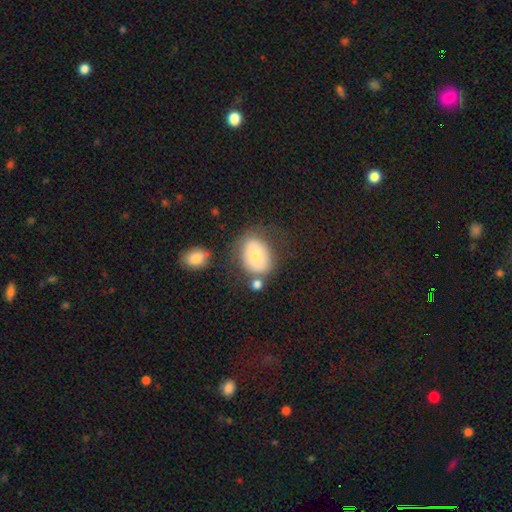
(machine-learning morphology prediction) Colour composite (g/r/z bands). It shows a smooth galaxy with no disk features (70%) that is in between round and cigar-shaped (60%). Merging: none (55%).